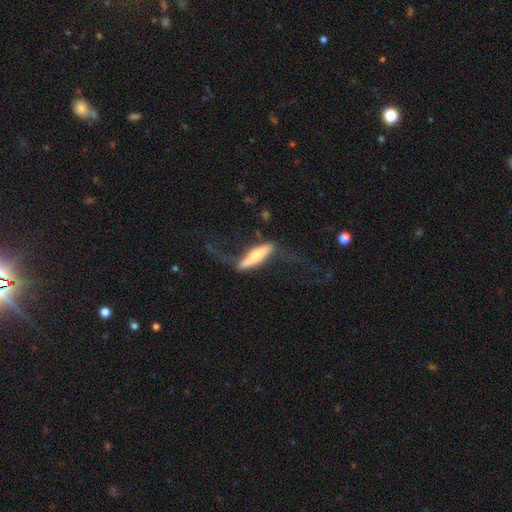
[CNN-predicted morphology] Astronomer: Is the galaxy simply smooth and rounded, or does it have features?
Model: smooth — 49% (runner-up: featured or disk, 45%).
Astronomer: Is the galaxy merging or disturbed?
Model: none — 39% (runner-up: major disturbance, 33%).